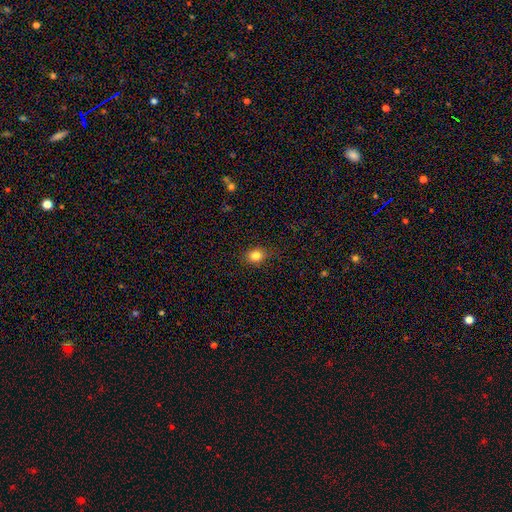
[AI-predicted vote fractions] A smooth galaxy with no disk features (81%) that is round (60%).

Vote fractions:
- Smooth or featured? smooth: 81% / star or artifact: 12% / featured or disk: 6%
- How rounded? round: 60% / in between: 39% / cigar-shaped: 1%
- Merging? none: 84% / minor disturbance: 12% / major disturbance: 3% / merger: 1%